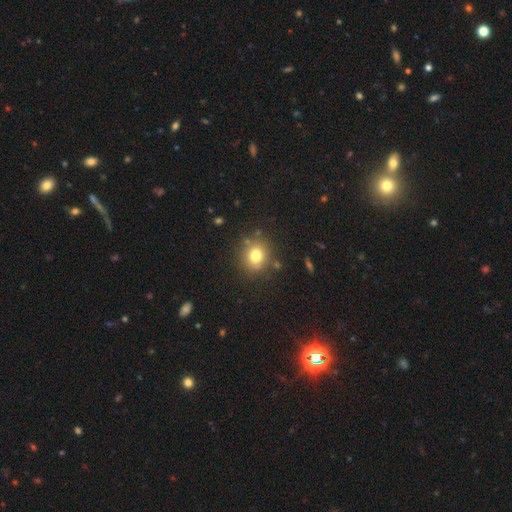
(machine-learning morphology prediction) Smooth or featured: smooth — 76% (star or artifact — 13%)
How rounded: round — 80% (in between — 19%)
Merging: none — 81% (minor disturbance — 11%)